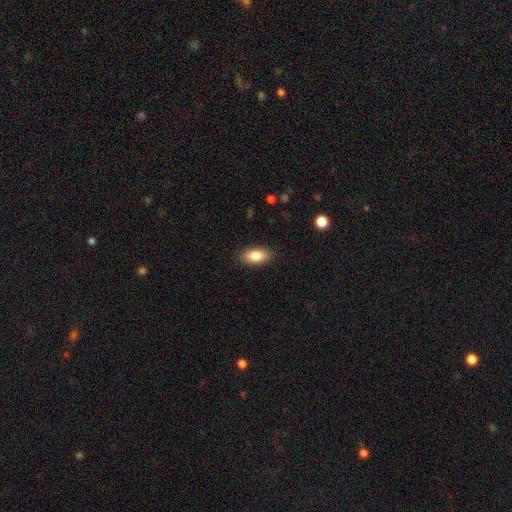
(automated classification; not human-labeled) Morphology: type=smooth (85%); roundness=in between (90%); merging=none (88%).